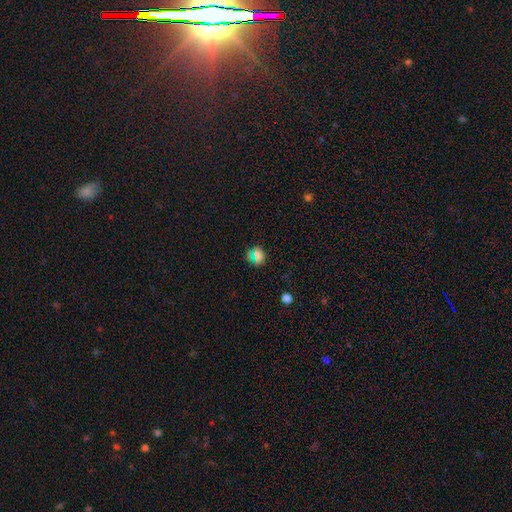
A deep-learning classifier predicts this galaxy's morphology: A smooth galaxy with no disk features (63%) that is round (71%). Merging: none (81%).